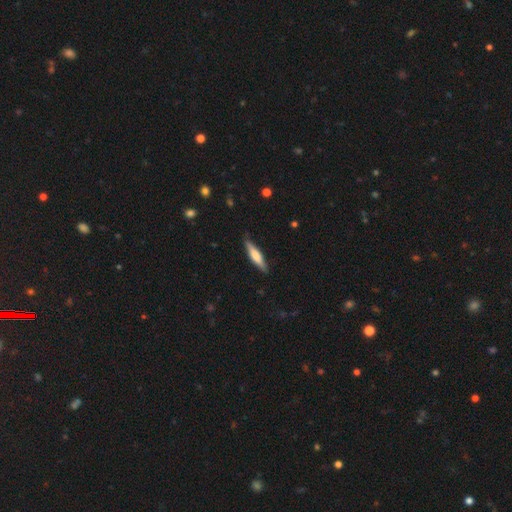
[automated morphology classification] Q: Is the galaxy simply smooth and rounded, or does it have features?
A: smooth — 59%.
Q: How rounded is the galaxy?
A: cigar-shaped — 81%.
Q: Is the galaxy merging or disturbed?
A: none — 86%.